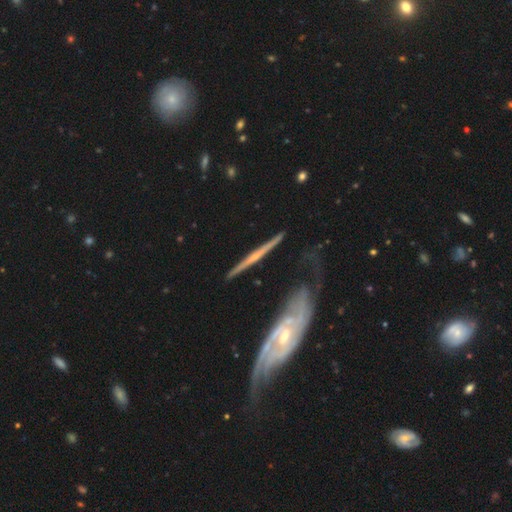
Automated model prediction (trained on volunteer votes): Q: Smooth or featured?
A: featured or disk (77%); runner-up: smooth (17%)
Q: Edge-on disk?
A: yes (88%); runner-up: no (12%)
Q: Edge-on bulge?
A: rounded (49%); runner-up: none (41%)
Q: Merging?
A: none (69%); runner-up: minor disturbance (19%)